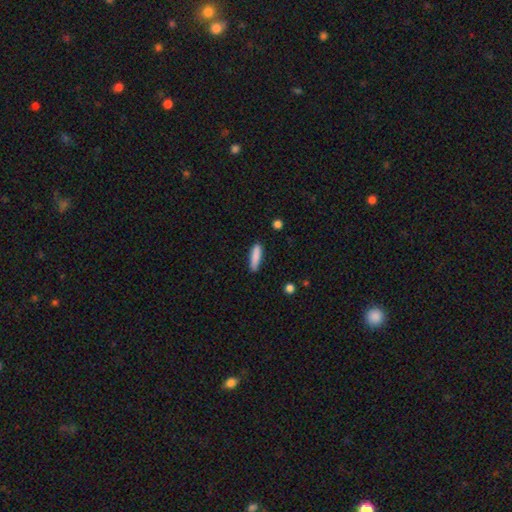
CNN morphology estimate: A smooth galaxy with no disk features (85%) that is cigar-shaped (75%). Merging: none (81%).